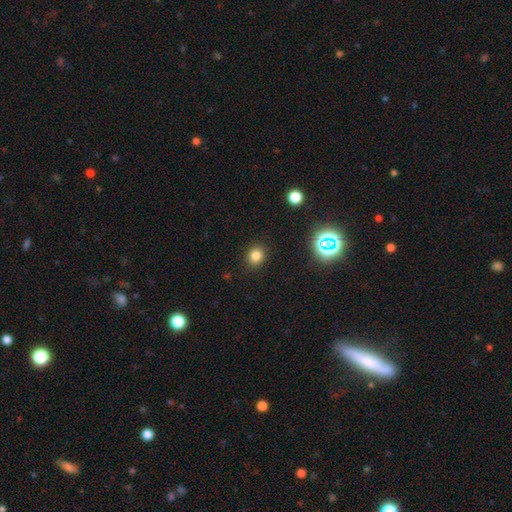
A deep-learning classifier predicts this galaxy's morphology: Smooth or featured? Predicted: smooth (p=0.80). How rounded? Predicted: round (p=0.74). Merging? Predicted: none (p=0.90).